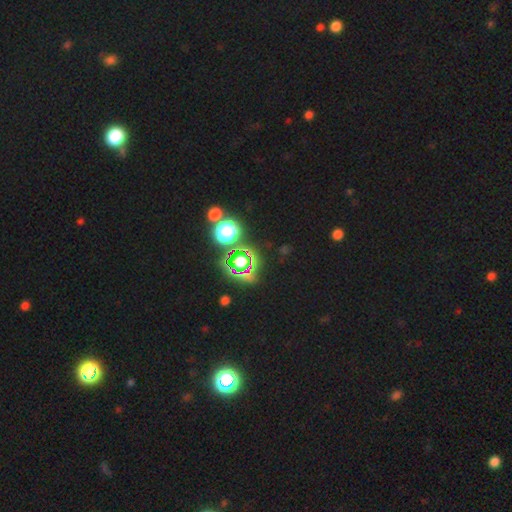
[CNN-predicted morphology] This appears to be a star or artifact, not a galaxy (78%).